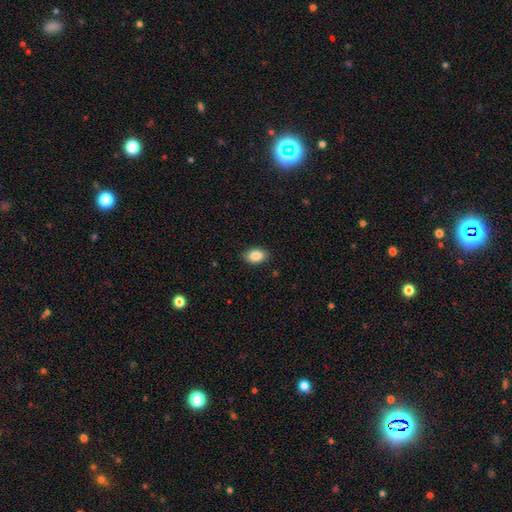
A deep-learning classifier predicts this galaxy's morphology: Smooth or featured: smooth — 87% (star or artifact — 7%)
How rounded: in between — 87% (round — 11%)
Merging: none — 88% (minor disturbance — 9%)